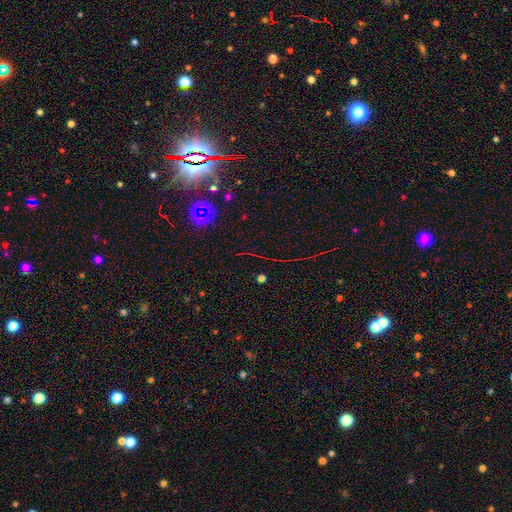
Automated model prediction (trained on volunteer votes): Q: Smooth or featured?
A: star or artifact (71%); runner-up: smooth (17%)